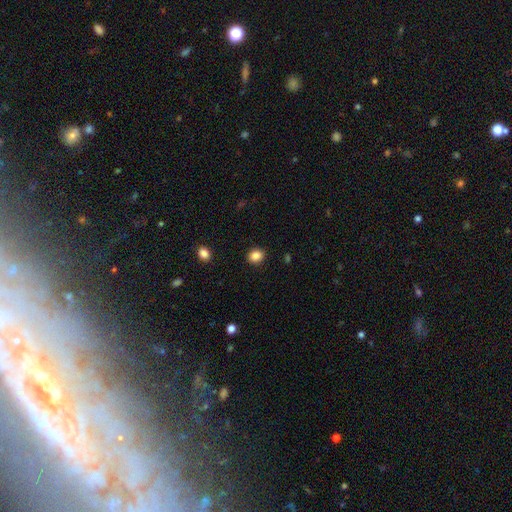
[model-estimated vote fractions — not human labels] Smooth or featured? smooth (86%)
How rounded? round (58%)
Merging? none (90%)